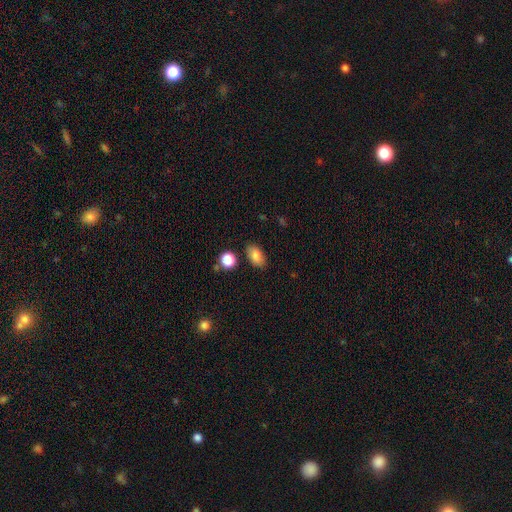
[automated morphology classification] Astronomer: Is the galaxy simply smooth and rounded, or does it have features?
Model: smooth — 84%.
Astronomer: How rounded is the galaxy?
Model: in between — 87%.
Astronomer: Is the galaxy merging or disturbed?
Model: none — 84%.